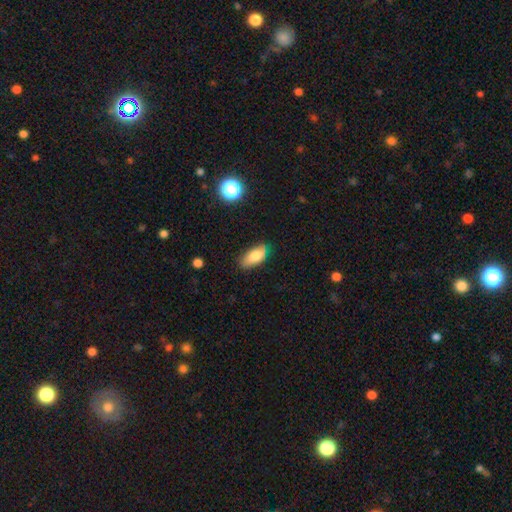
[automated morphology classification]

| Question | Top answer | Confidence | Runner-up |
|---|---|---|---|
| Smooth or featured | smooth | 77% | featured or disk (14%) |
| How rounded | in between | 87% | cigar-shaped (9%) |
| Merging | none | 68% | minor disturbance (26%) |